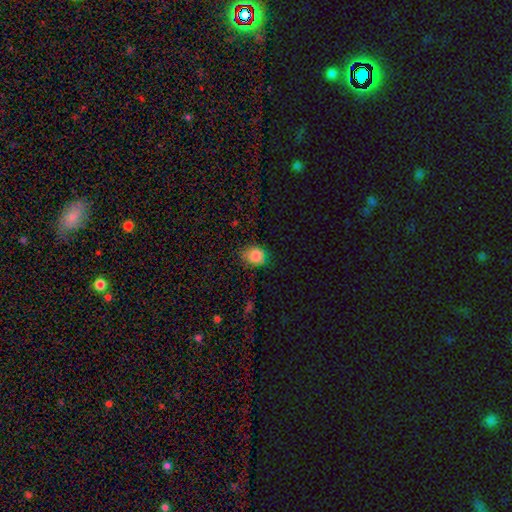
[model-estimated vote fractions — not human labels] smooth 84%, star or artifact 9%, featured or disk 6%. Down the decision tree: how rounded — round (63%); merging — none (70%).